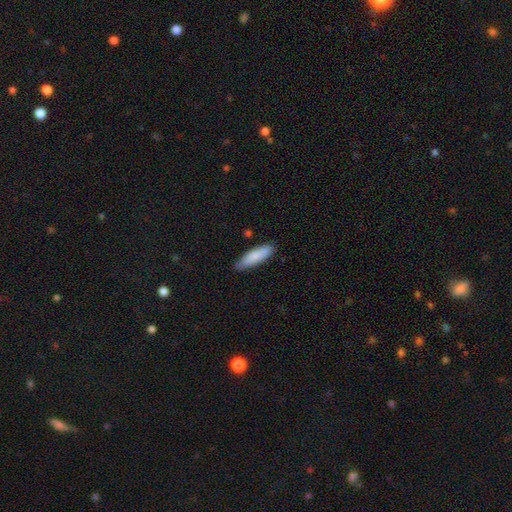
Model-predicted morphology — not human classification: Smooth or featured? Predicted: smooth (p=0.84). How rounded? Predicted: cigar-shaped (p=0.61). Merging? Predicted: none (p=0.82).